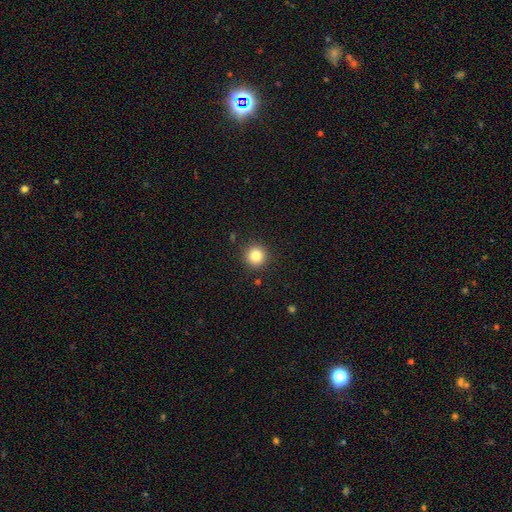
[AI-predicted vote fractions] smooth_or_featured: smooth (p=0.83) [alt: star or artifact p=0.11]
how_rounded: round (p=0.95) [alt: in between p=0.04]
merging: none (p=0.91) [alt: minor disturbance p=0.06]